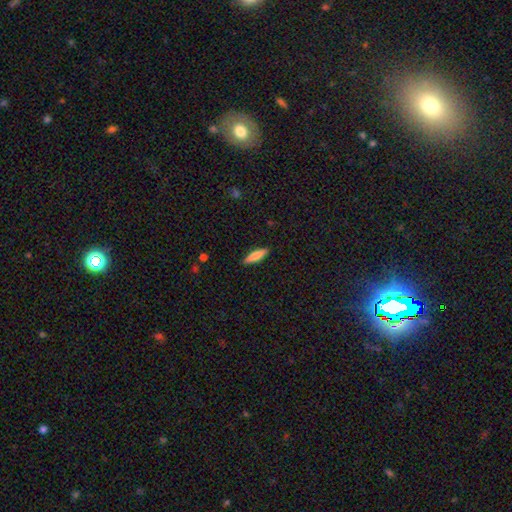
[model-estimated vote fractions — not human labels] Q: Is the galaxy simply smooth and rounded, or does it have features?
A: smooth — 75%.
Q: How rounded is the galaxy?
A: cigar-shaped — 67%.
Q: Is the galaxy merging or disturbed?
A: none — 89%.